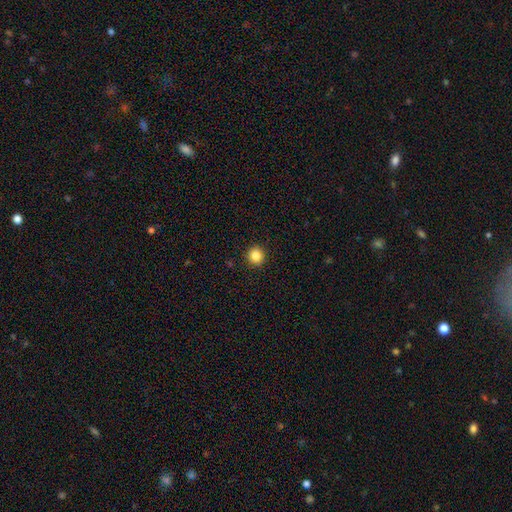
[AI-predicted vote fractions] Smooth or featured?
  - smooth: 85% *
  - star or artifact: 11%
  - featured or disk: 4%
How rounded?
  - round: 94% *
  - in between: 5%
  - cigar-shaped: 1%
Merging?
  - none: 92% *
  - minor disturbance: 5%
  - major disturbance: 2%
  - merger: 1%